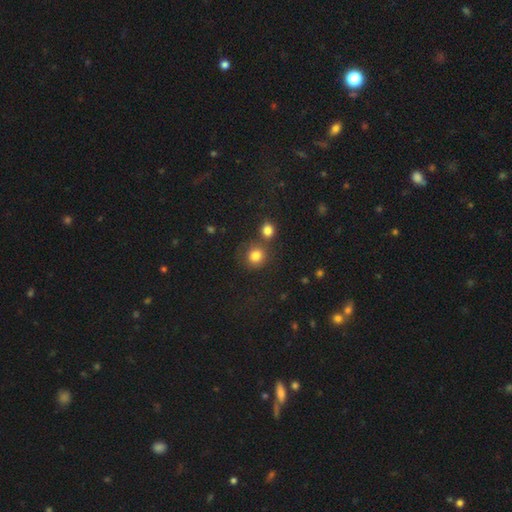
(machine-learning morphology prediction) Smooth or featured? Predicted: smooth (p=0.82). How rounded? Predicted: round (p=0.86). Merging? Predicted: none (p=0.60).